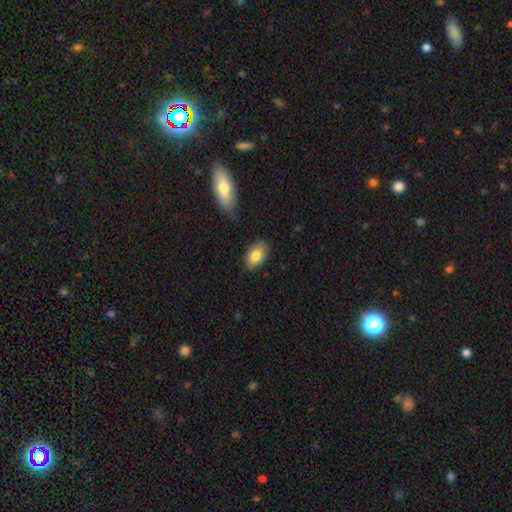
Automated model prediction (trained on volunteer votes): Q: Smooth or featured?
A: smooth (82%); runner-up: featured or disk (11%)
Q: How rounded?
A: in between (93%); runner-up: round (6%)
Q: Merging?
A: none (83%); runner-up: minor disturbance (12%)